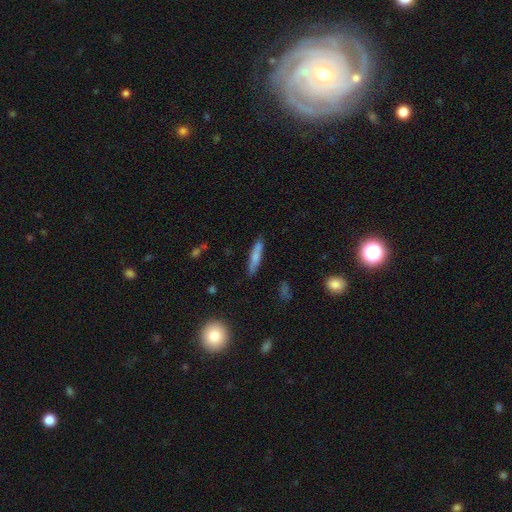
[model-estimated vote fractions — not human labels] This is likely a smooth galaxy (72%). How rounded: clearly cigar-shaped (87%). Merging: clearly none (84%).